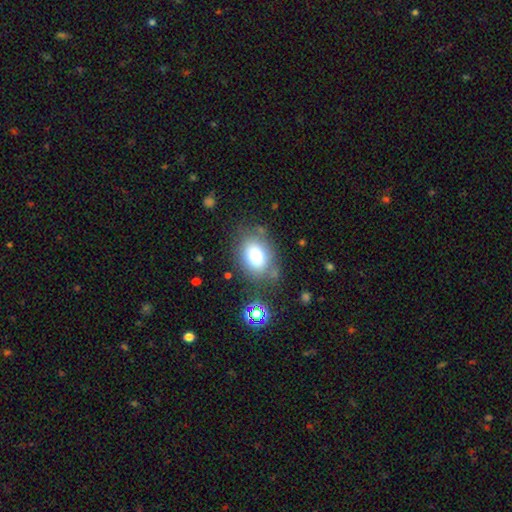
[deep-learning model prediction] Q: Smooth or featured?
A: smooth (76%); runner-up: featured or disk (12%)
Q: How rounded?
A: in between (66%); runner-up: round (33%)
Q: Merging?
A: none (72%); runner-up: minor disturbance (16%)